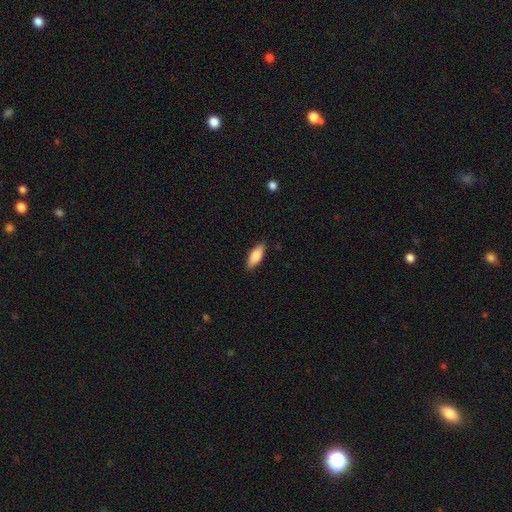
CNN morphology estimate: This is clearly a smooth galaxy (82%). How rounded: likely in between (75%). Merging: clearly none (87%).